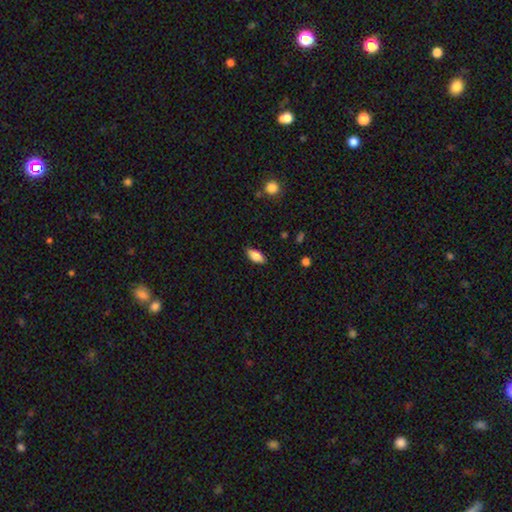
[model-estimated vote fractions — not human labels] Smooth or featured? smooth (82%)
How rounded? in between (86%)
Merging? none (86%)